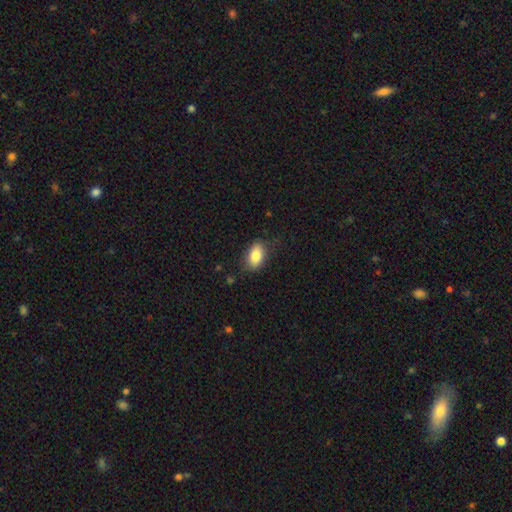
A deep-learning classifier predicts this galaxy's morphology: Overall: smooth (84%). How rounded: in between (90%). Merging: none (80%).